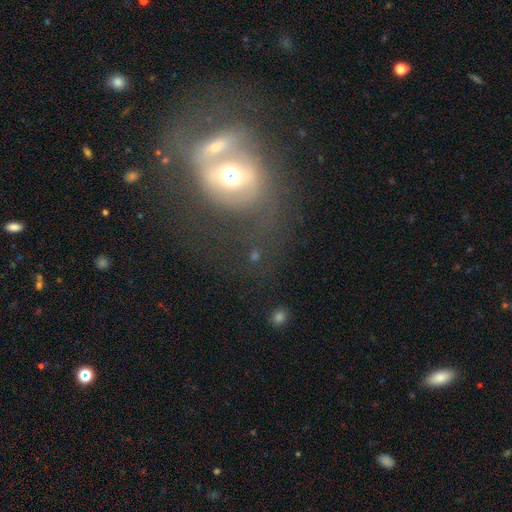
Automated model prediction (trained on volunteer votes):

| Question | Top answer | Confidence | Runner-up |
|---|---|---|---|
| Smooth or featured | featured or disk | 46% | smooth (37%) |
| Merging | merger | 48% | none (24%) |